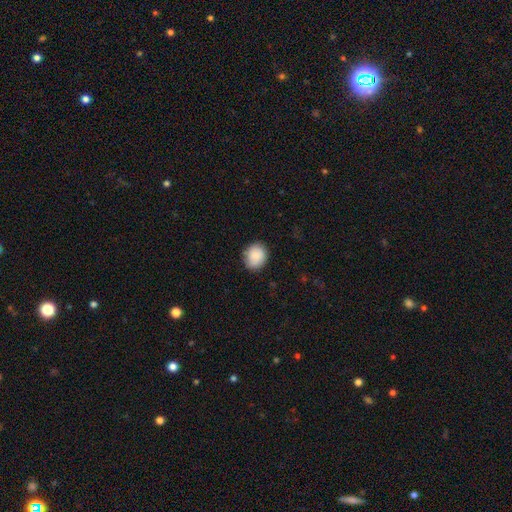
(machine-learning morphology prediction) Overall: smooth (88%). How rounded: round (61%; in between 38%). Merging: none (80%).